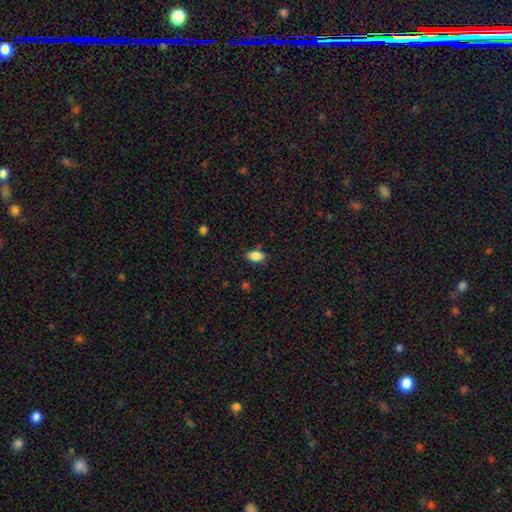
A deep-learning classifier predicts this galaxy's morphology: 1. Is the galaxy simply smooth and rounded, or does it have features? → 86% smooth, 8% star or artifact, 6% featured or disk.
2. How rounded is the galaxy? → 90% in between, 6% cigar-shaped, 5% round.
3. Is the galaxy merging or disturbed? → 80% none, 15% minor disturbance, 3% major disturbance, 2% merger.